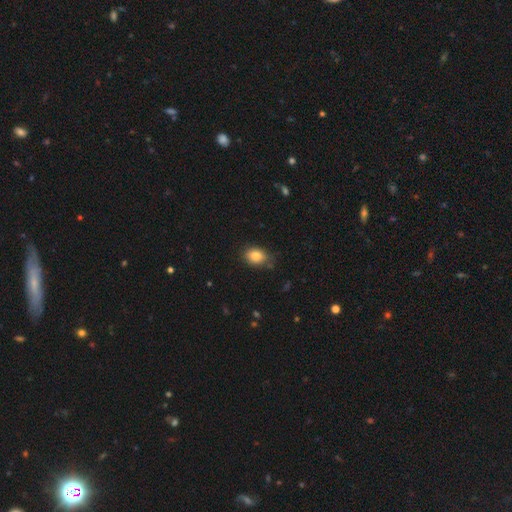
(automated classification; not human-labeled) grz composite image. It shows a smooth galaxy with no disk features (84%) that is in between round and cigar-shaped (69%). Merging: none (77%).